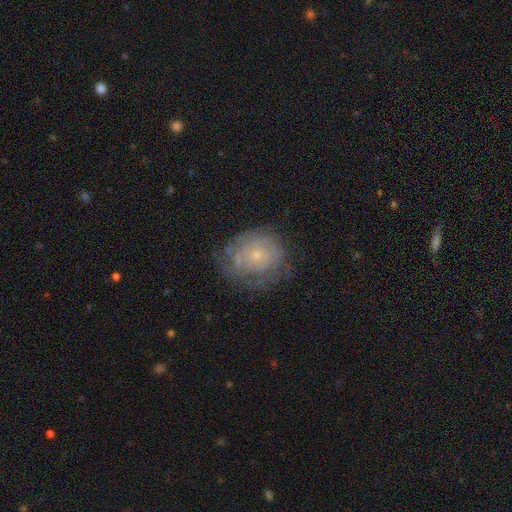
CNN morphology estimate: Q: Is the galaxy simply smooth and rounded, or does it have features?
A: featured or disk — 58%.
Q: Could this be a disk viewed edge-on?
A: no — 97%.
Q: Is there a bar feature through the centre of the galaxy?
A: no — 86%.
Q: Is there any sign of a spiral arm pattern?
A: yes — 64%.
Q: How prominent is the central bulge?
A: small — 75%.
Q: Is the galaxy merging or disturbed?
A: none — 62%.